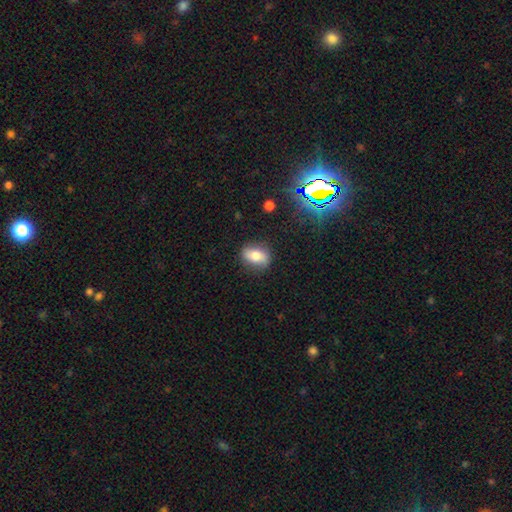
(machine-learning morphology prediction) A smooth galaxy with no disk features (64%) that is in between round and cigar-shaped (70%). Merging: none (80%).